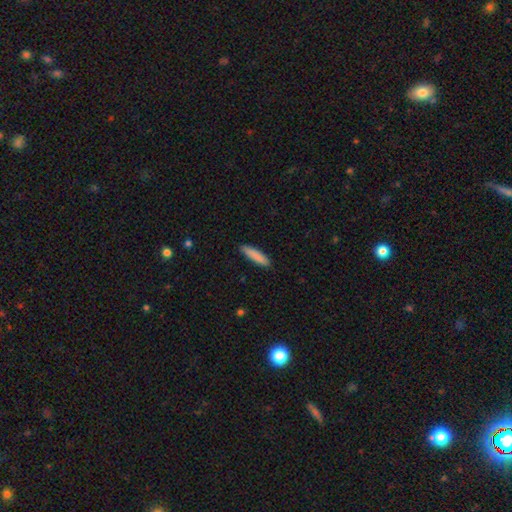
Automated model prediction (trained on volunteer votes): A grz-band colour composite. It shows a smooth galaxy with no disk features (87%) that is cigar-shaped (82%). Merging: none (89%).